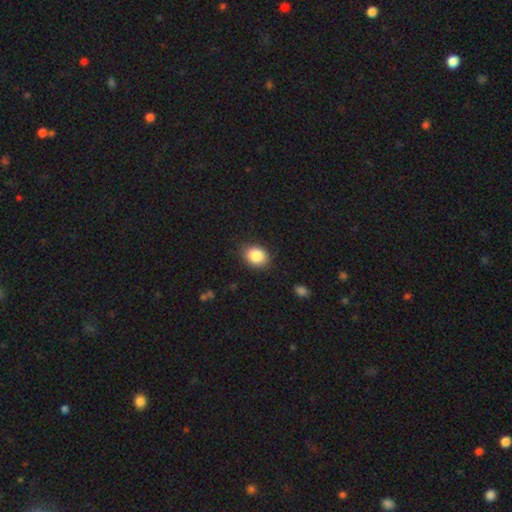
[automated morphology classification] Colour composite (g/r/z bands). It shows a smooth galaxy with no disk features (87%) that is in between round and cigar-shaped (55%). Merging: none (85%).